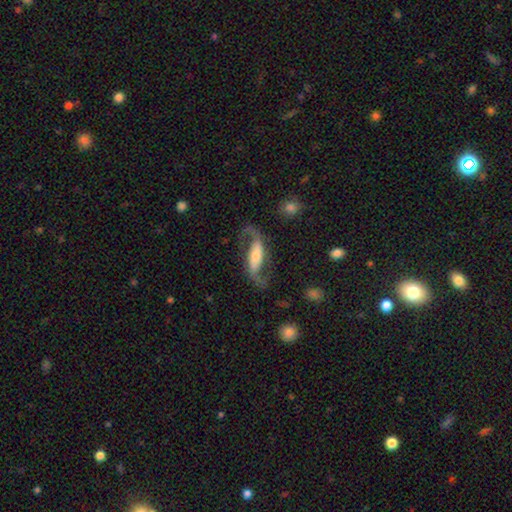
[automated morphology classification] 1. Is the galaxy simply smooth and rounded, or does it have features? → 85% featured or disk, 10% smooth, 5% star or artifact.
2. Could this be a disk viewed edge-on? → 92% no, 8% yes.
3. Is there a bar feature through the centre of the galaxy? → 49% strong, 29% weak, 22% no.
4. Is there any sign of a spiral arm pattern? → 95% yes, 5% no.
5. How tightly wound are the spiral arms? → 69% loose, 25% medium, 6% tight.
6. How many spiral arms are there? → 93% 2, 3% 1, 2% can't tell, 1% 3, 1% 4, 1% more than 4.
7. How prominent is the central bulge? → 45% moderate, 35% small, 13% large, 4% none, 3% dominant.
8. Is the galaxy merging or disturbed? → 73% none, 13% minor disturbance, 12% major disturbance, 2% merger.